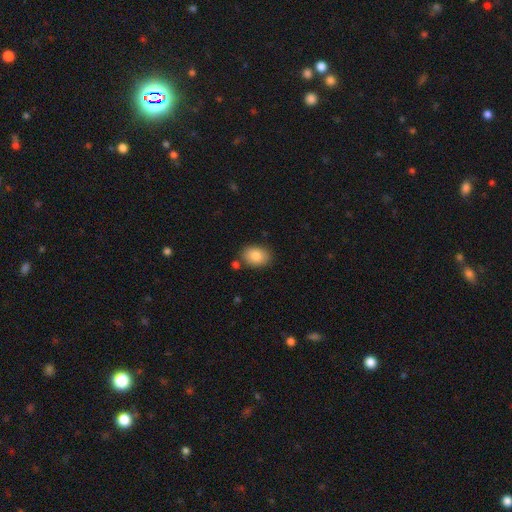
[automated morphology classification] Smooth or featured: smooth — 85% (star or artifact — 7%)
How rounded: in between — 77% (round — 22%)
Merging: none — 82% (minor disturbance — 11%)